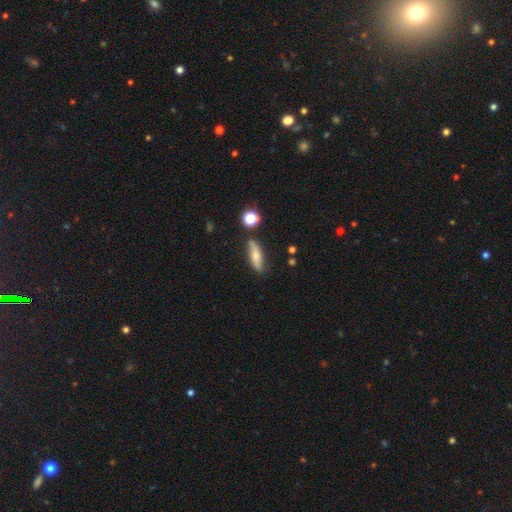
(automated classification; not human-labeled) Morphology: type=smooth (55%); roundness=cigar-shaped (48%, tied with in between); merging=none (73%).